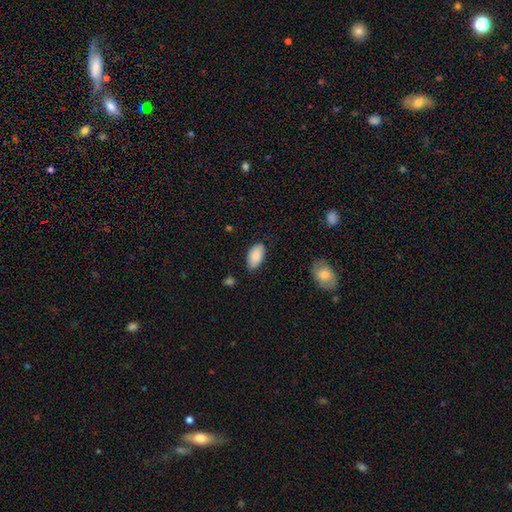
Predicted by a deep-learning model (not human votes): The model was most divided on "merging": none: 78%, minor disturbance: 17%, major disturbance: 3%, merger: 2%. More confident: how rounded — in between (95%); smooth or featured — smooth (84%).